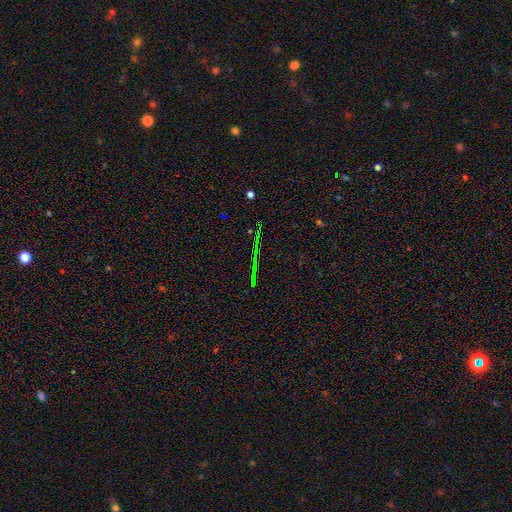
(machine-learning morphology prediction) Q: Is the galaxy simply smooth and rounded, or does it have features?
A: star or artifact — 76%.